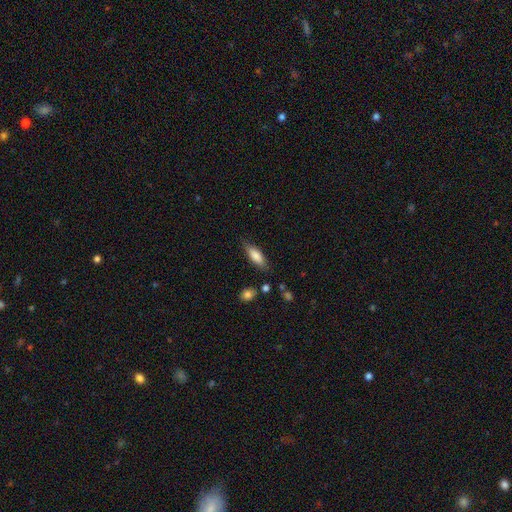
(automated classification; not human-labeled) A smooth galaxy with no disk features (79%) that is in between round and cigar-shaped (61%). Merging: none (80%).